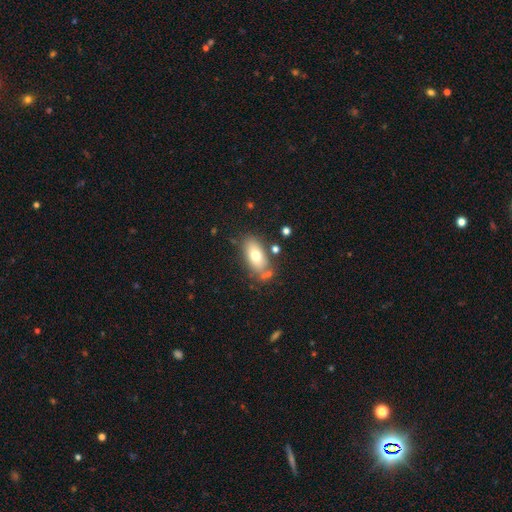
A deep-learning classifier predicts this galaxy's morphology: smooth 70%, featured or disk 22%, star or artifact 8%. Down the decision tree: how rounded — in between (88%); merging — none (69%).